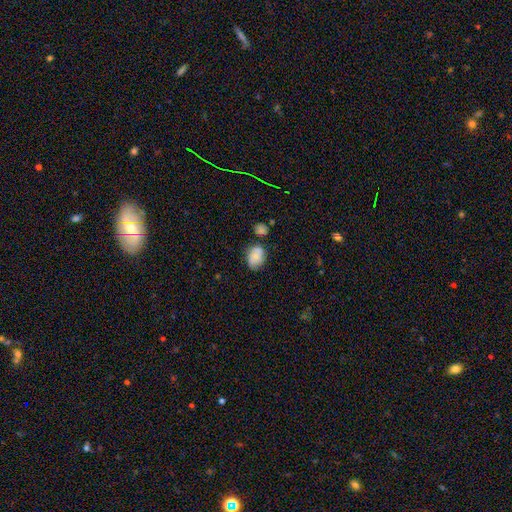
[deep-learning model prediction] This appears to be a smooth galaxy with no disk features (73%) that is in between round and cigar-shaped (71%). Merging: none (57%).